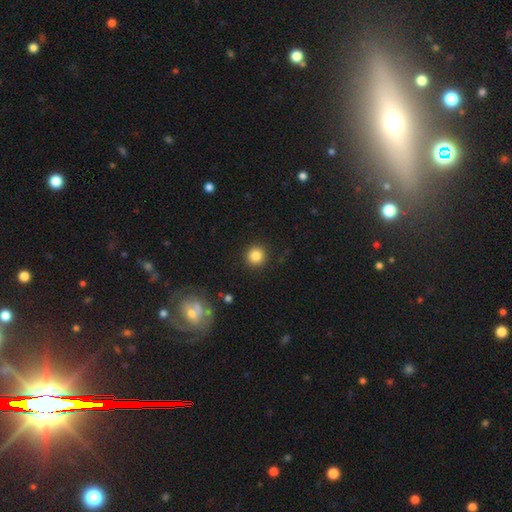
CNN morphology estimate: Overall: smooth (85%). How rounded: round (94%). Merging: none (91%).